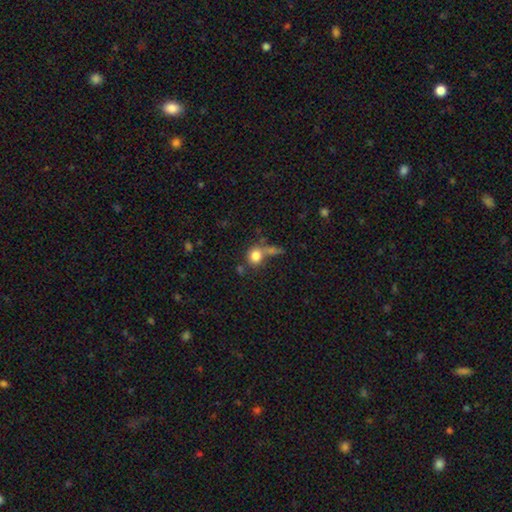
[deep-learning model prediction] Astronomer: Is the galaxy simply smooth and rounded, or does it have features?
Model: smooth — 79%.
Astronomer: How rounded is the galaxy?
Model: round — 78%.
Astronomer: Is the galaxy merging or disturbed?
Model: none — 44% (runner-up: merger, 29%).